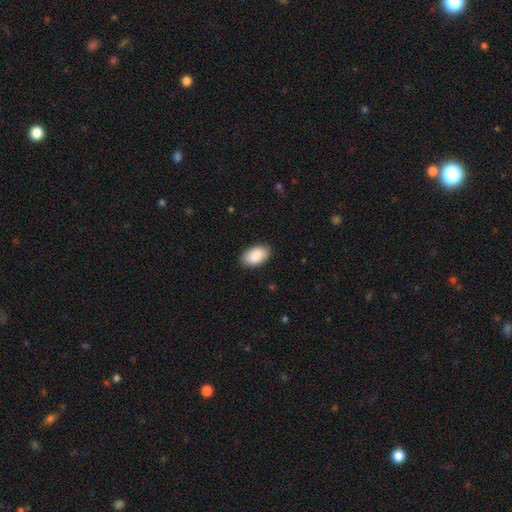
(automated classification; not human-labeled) Smooth or featured?
  - smooth: 88% *
  - featured or disk: 6%
  - star or artifact: 6%
How rounded?
  - in between: 95% *
  - round: 4%
  - cigar-shaped: 1%
Merging?
  - none: 86% *
  - minor disturbance: 11%
  - major disturbance: 2%
  - merger: 1%